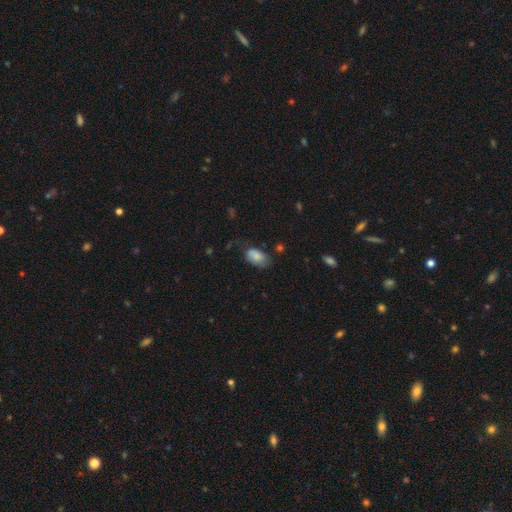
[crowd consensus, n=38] Morphology: type=smooth (92%); roundness=in between (97%); merging=none (61%).